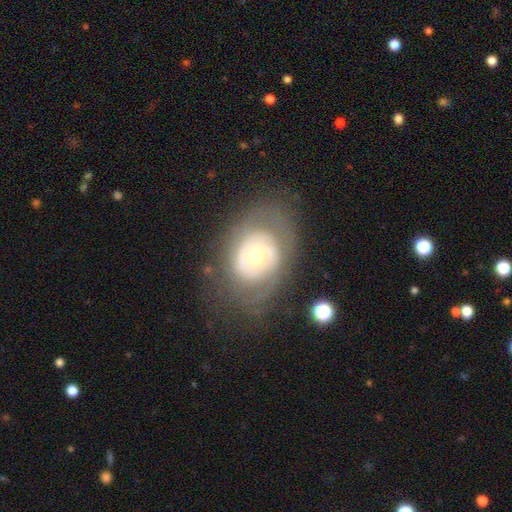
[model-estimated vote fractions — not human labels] Overall: featured or disk (74%). Edge-on disk: no (95%). Bar: no (72%). Spiral arms: yes (63%; no 37%). Bulge size: moderate (68%). Merging: none (67%).